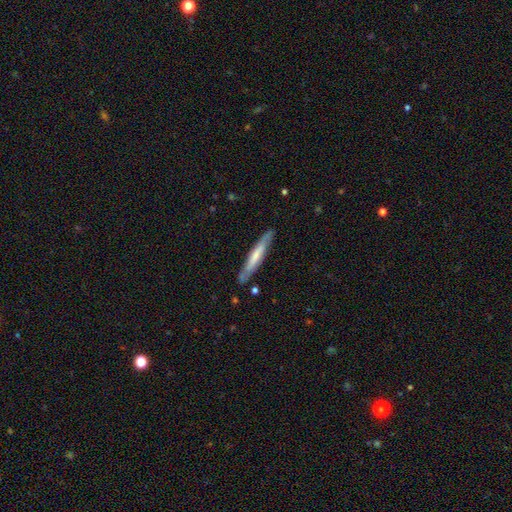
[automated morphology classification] A smooth galaxy with no disk features (50%).

Vote fractions:
- Smooth or featured? smooth: 50% / featured or disk: 45% / star or artifact: 5%
- Merging? none: 84% / minor disturbance: 12% / major disturbance: 2% / merger: 2%